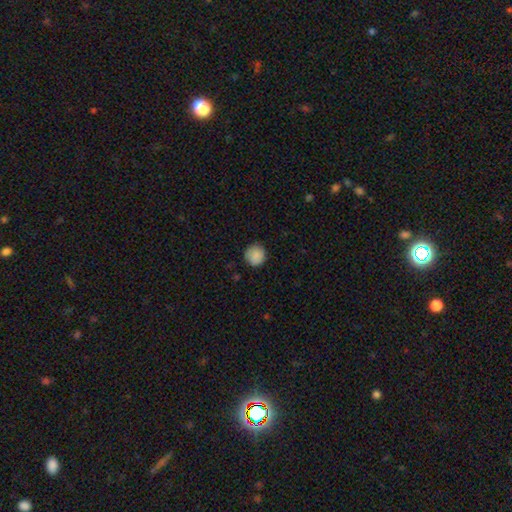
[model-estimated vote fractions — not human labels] Smooth or featured? smooth (88%)
How rounded? round (92%)
Merging? none (82%)